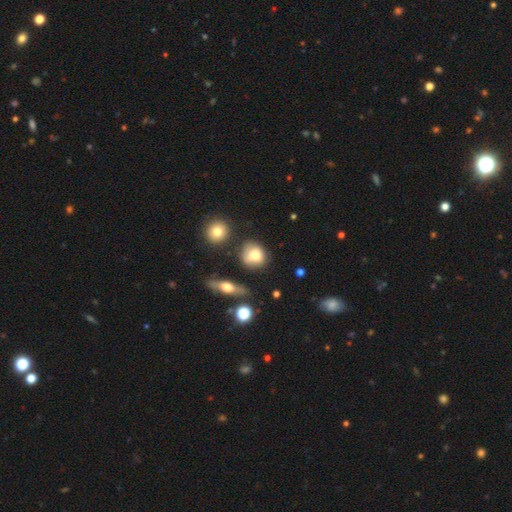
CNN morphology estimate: A smooth galaxy with no disk features (72%) that is round (72%).

Vote fractions:
- Smooth or featured? smooth: 72% / featured or disk: 19% / star or artifact: 9%
- How rounded? round: 72% / in between: 26% / cigar-shaped: 2%
- Merging? none: 63% / minor disturbance: 23% / major disturbance: 8% / merger: 7%